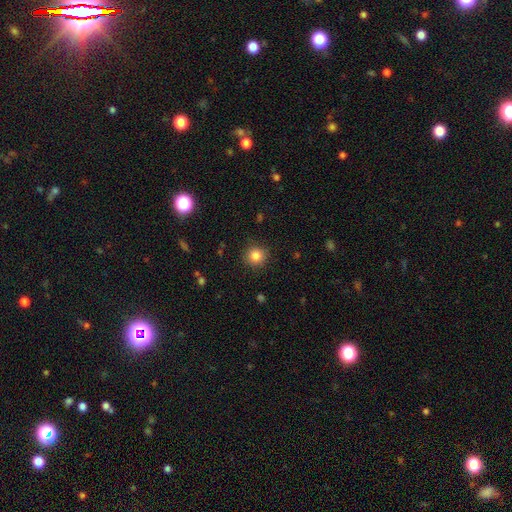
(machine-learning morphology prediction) type=smooth (84%); roundness=round (92%); merging=none (90%).